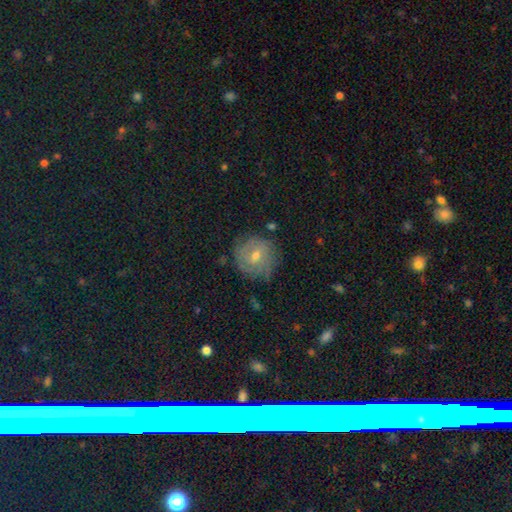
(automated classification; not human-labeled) This is possibly a featured or disk galaxy (48%). Merging: likely none (78%).